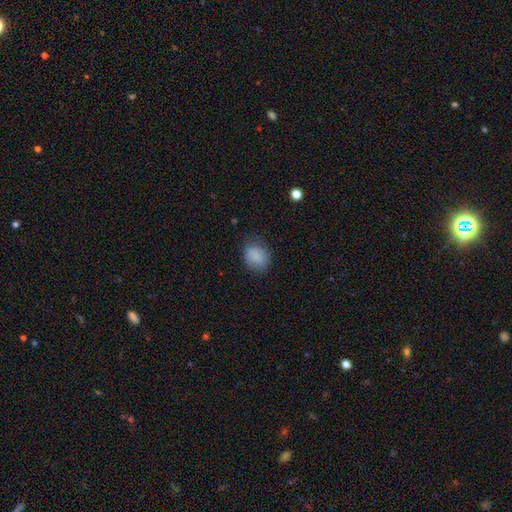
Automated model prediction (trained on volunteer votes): Overall: smooth (86%). How rounded: round (51%; in between 48%). Merging: none (76%).